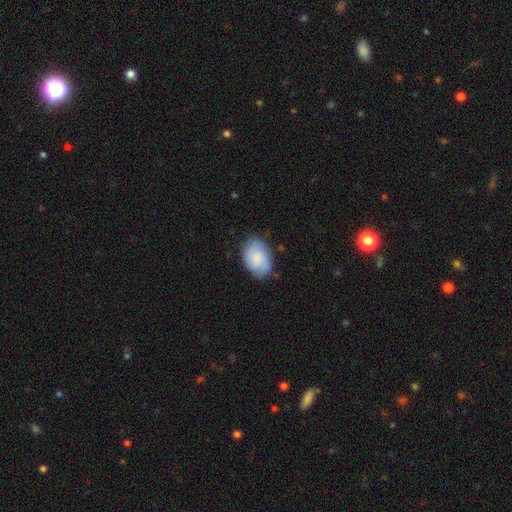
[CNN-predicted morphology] Smooth or featured: smooth — 66% (featured or disk — 27%)
How rounded: in between — 85% (round — 14%)
Merging: none — 76% (minor disturbance — 18%)